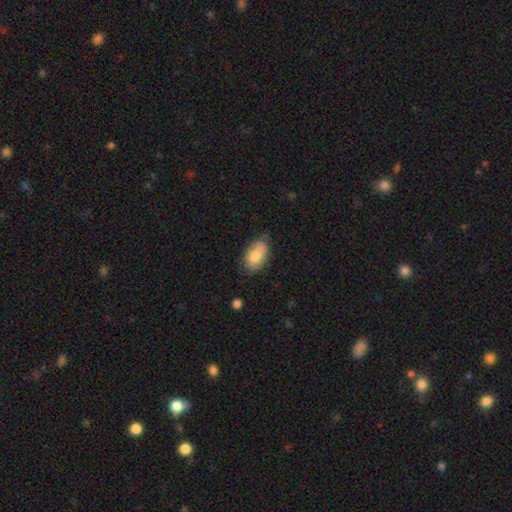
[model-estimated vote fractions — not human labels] A smooth galaxy with no disk features (81%) that is in between round and cigar-shaped (90%). Merging: none (65%).